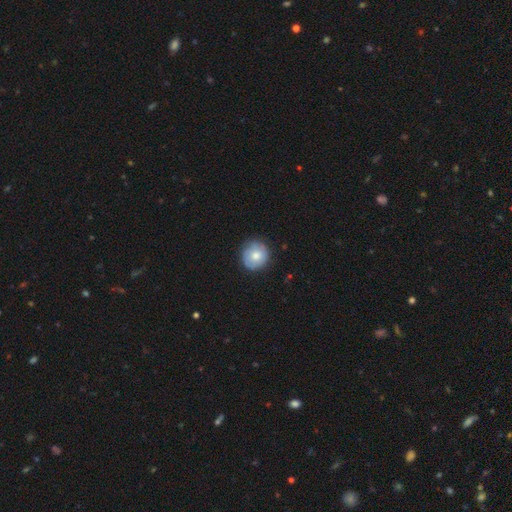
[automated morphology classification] Overall: smooth (68%). How rounded: round (91%). Merging: none (81%).